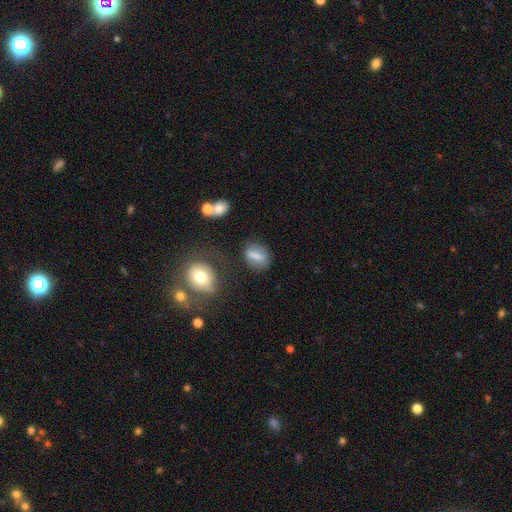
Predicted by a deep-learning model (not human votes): Smooth or featured: smooth — 71% (featured or disk — 20%)
How rounded: in between — 69% (round — 24%)
Merging: none — 69% (minor disturbance — 18%)